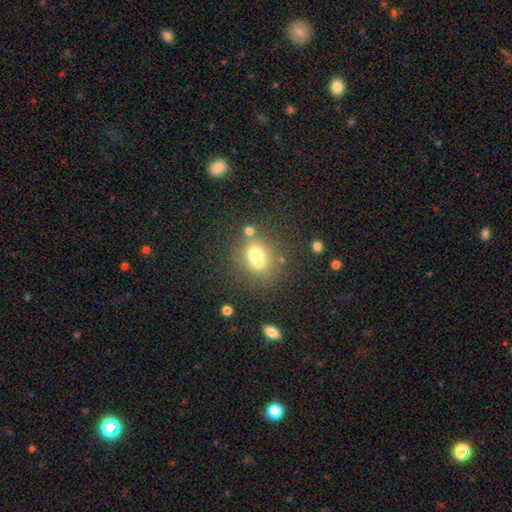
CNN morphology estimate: Smooth or featured? Predicted: smooth (p=0.63). How rounded? Predicted: round (p=0.67). Merging? Predicted: merger (p=0.47).